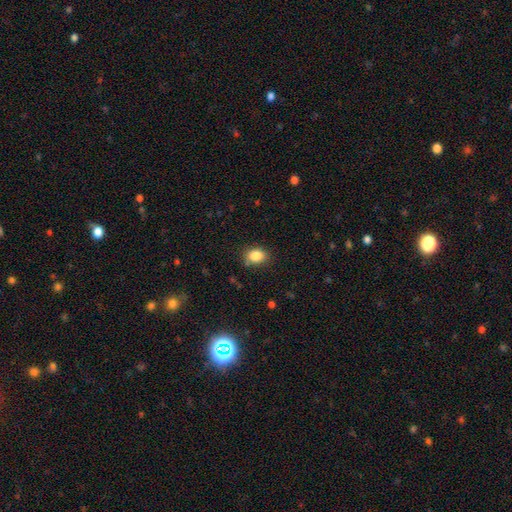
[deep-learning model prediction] Smooth or featured?
  - smooth: 85% *
  - star or artifact: 10%
  - featured or disk: 5%
How rounded?
  - in between: 59% *
  - round: 40%
  - cigar-shaped: 1%
Merging?
  - none: 79% *
  - minor disturbance: 15%
  - major disturbance: 3%
  - merger: 2%